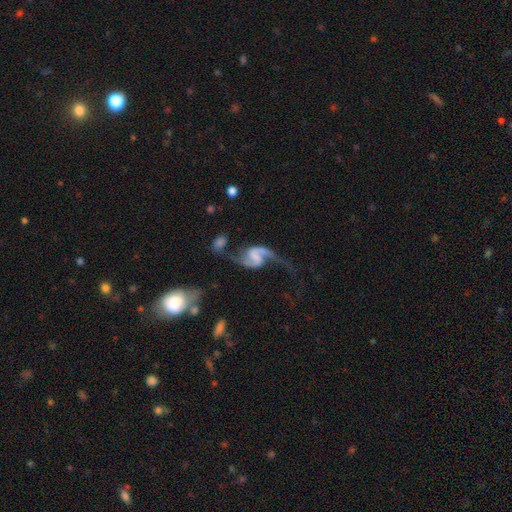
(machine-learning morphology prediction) Smooth or featured: featured or disk — 90% (smooth — 5%)
Edge-on disk: no — 98% (yes — 2%)
Bar: weak — 45% (strong — 28%)
Spiral arms: yes — 97% (no — 3%)
Spiral winding: loose — 75% (medium — 21%)
Spiral arm count: 2 — 93% (1 — 2%)
Bulge size: none — 65% (small — 16%)
Merging: none — 55% (minor disturbance — 17%)